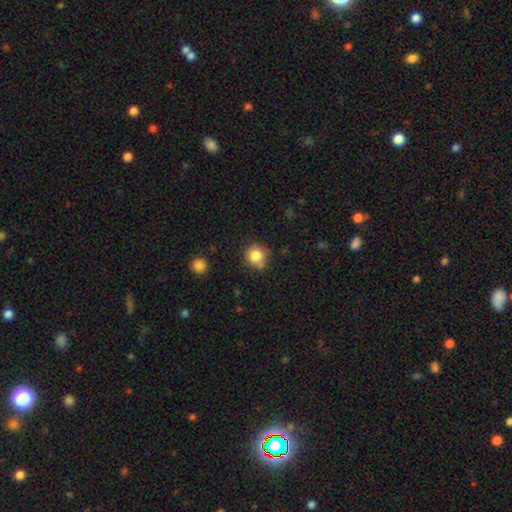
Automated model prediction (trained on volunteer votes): Morphology: type=smooth (82%); roundness=round (89%); merging=none (70%).